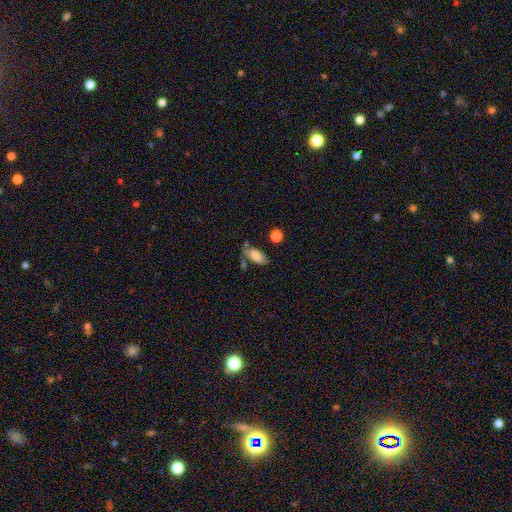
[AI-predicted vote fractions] This appears to be a smooth galaxy with no disk features (79%) that is in between round and cigar-shaped (85%). Merging: none (55%).